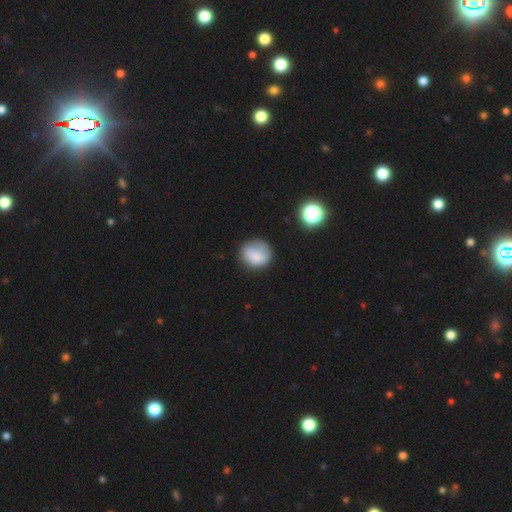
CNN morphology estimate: Smooth or featured: smooth — 77% (featured or disk — 13%)
How rounded: round — 80% (in between — 19%)
Merging: none — 68% (minor disturbance — 22%)